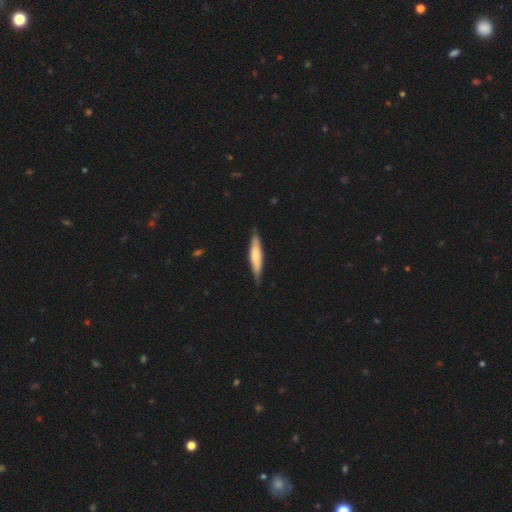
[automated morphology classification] This appears to be a smooth galaxy with no disk features (61%) that is cigar-shaped (85%). Merging: none (83%).